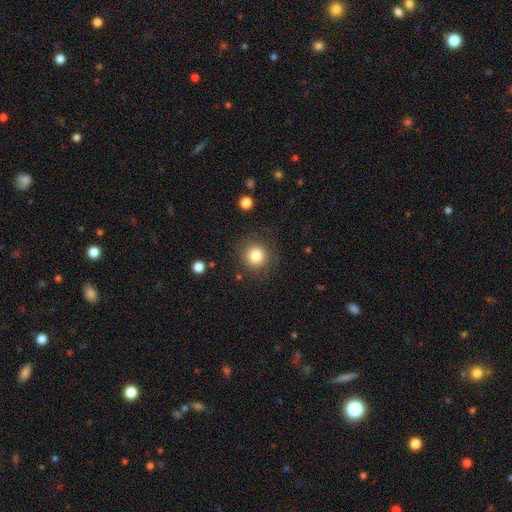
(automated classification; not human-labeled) This appears to be a smooth galaxy with no disk features (82%) that is round (93%). Merging: none (85%).